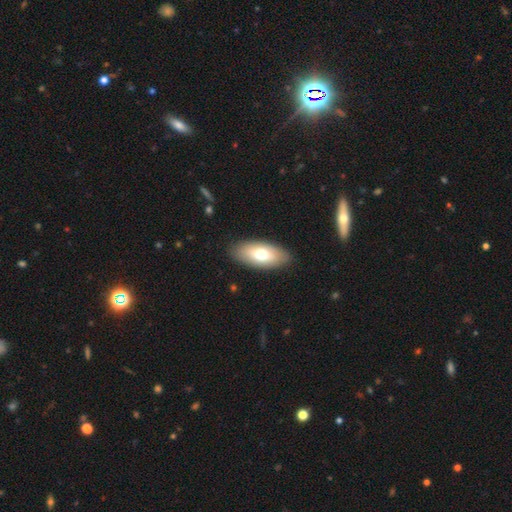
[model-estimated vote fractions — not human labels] Smooth or featured?
  - smooth: 65% *
  - featured or disk: 28%
  - star or artifact: 7%
How rounded?
  - in between: 85% *
  - cigar-shaped: 12%
  - round: 2%
Merging?
  - none: 88% *
  - minor disturbance: 9%
  - major disturbance: 2%
  - merger: 1%